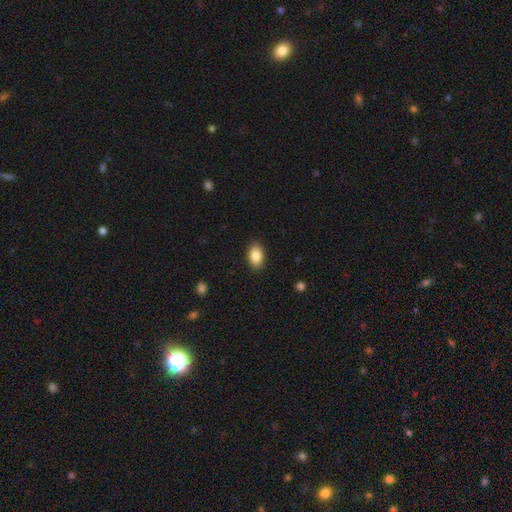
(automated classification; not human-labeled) Smooth or featured: smooth — 87% (star or artifact — 7%)
How rounded: in between — 90% (round — 9%)
Merging: none — 89% (minor disturbance — 8%)